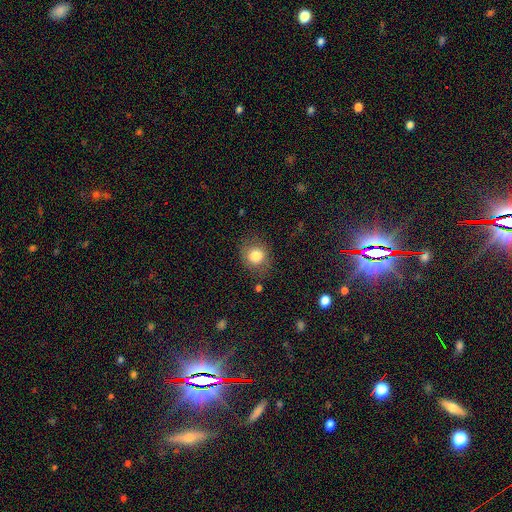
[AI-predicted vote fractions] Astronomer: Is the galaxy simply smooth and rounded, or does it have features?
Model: smooth — 81%.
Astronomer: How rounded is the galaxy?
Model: round — 76%.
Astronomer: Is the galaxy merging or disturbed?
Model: none — 76%.